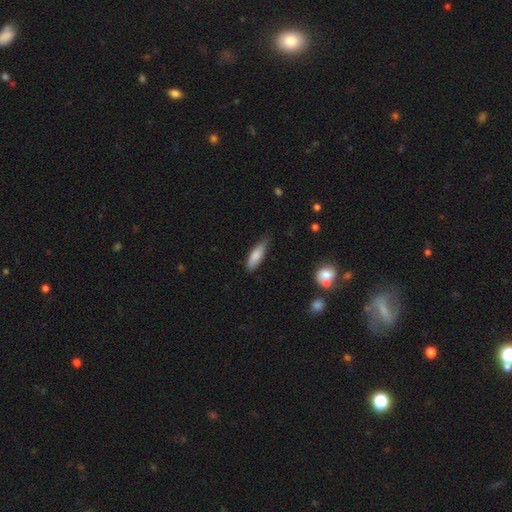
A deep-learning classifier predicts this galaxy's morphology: A smooth galaxy with no disk features (81%) that is in between round and cigar-shaped (53%).

Vote fractions:
- Smooth or featured? smooth: 81% / featured or disk: 13% / star or artifact: 6%
- How rounded? in between: 53% / cigar-shaped: 45% / round: 2%
- Merging? none: 59% / minor disturbance: 33% / major disturbance: 6% / merger: 2%